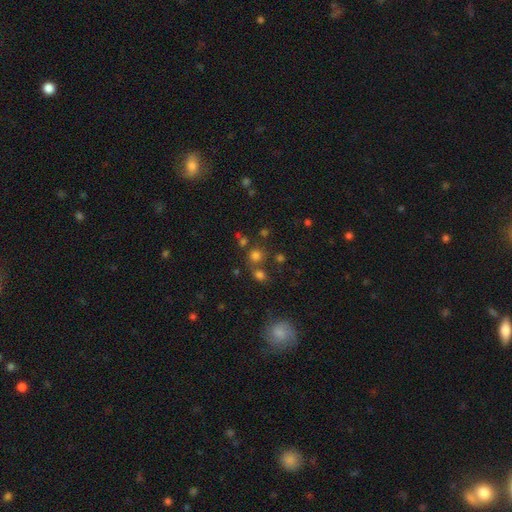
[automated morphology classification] smooth-or-featured: smooth: 69% | star or artifact: 23% | featured or disk: 8%
  how-rounded: round: 87% | in between: 12% | cigar-shaped: 1%
  merging: none: 66% | merger: 21% | minor disturbance: 9% | major disturbance: 4%